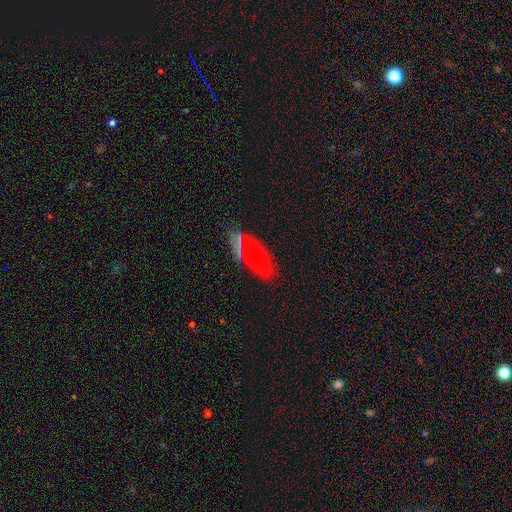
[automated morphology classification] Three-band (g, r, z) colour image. It shows a smooth galaxy with no disk features (60%) that is in between round and cigar-shaped (80%). Merging: none (77%).